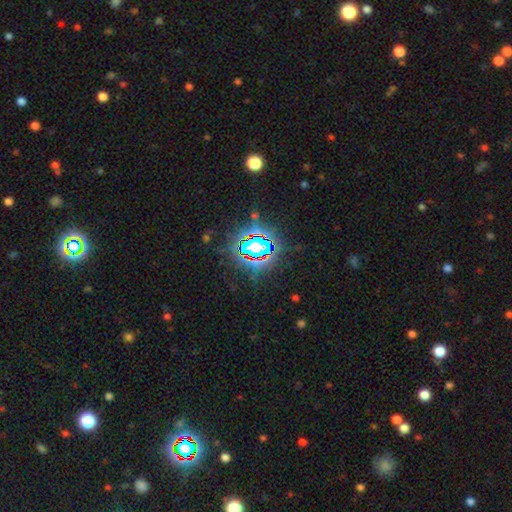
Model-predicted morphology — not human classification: This is likely a star or artifact rather than a galaxy (78%).